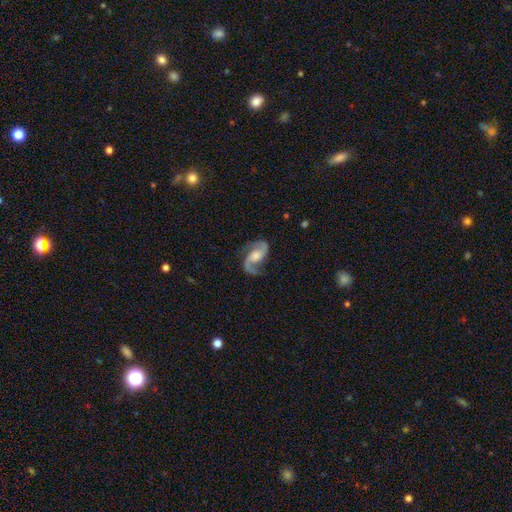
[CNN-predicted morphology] Smooth or featured: featured or disk — 91% (smooth — 5%)
Edge-on disk: no — 98% (yes — 2%)
Bar: no — 53% (weak — 36%)
Spiral arms: yes — 98% (no — 2%)
Spiral winding: medium — 53% (loose — 36%)
Spiral arm count: 2 — 94% (1 — 2%)
Bulge size: moderate — 46% (large — 20%)
Merging: none — 77% (minor disturbance — 14%)